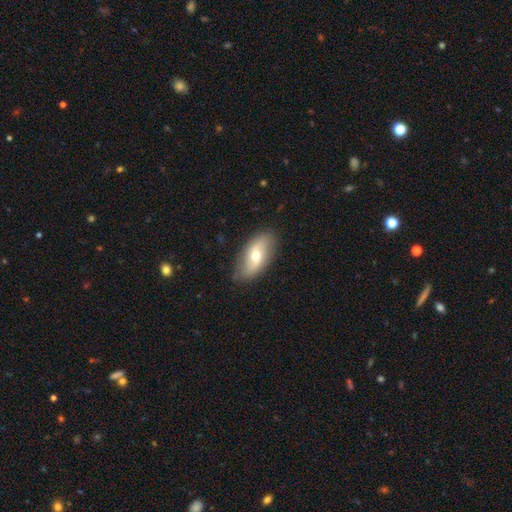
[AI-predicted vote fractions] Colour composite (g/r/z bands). It shows a smooth galaxy with no disk features (48%). Merging: none (84%).